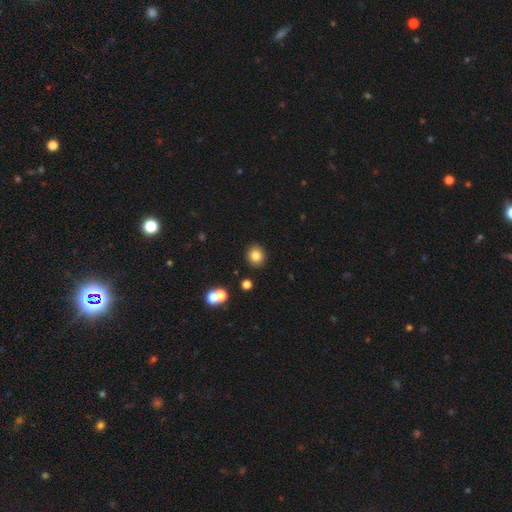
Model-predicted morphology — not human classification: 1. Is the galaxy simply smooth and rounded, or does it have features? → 82% smooth, 11% star or artifact, 7% featured or disk.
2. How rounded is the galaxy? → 84% round, 15% in between, 1% cigar-shaped.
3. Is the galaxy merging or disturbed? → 89% none, 6% minor disturbance, 3% merger, 2% major disturbance.